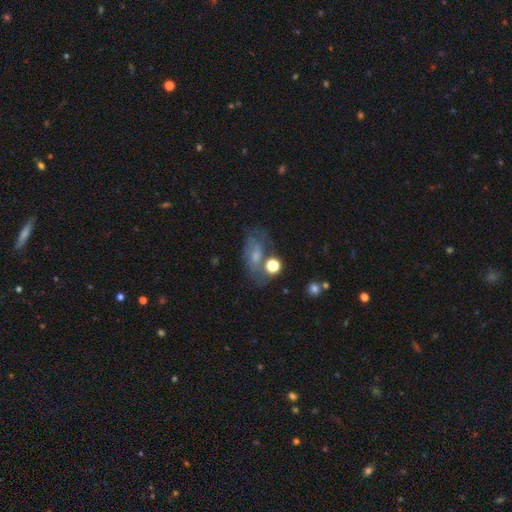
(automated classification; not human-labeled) Overall: smooth (41%; featured or disk 39%). Merging: none (51%; minor disturbance 21%).